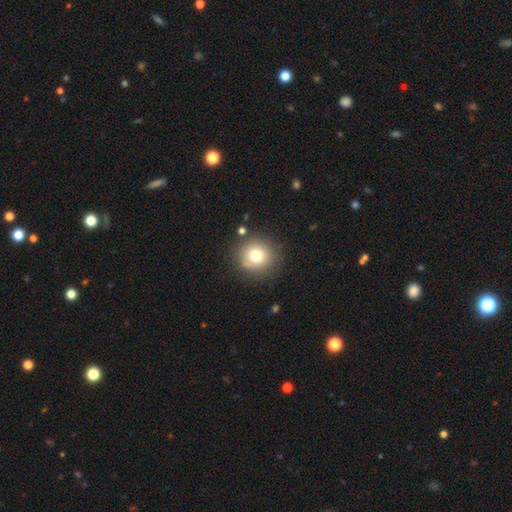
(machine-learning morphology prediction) Smooth or featured? smooth (75%)
How rounded? round (91%)
Merging? none (83%)